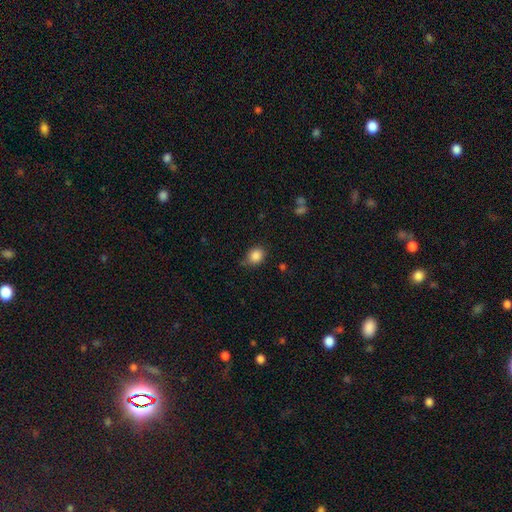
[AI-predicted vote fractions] Smooth or featured: smooth — 87% (star or artifact — 9%)
How rounded: round — 62% (in between — 37%)
Merging: none — 72% (minor disturbance — 21%)